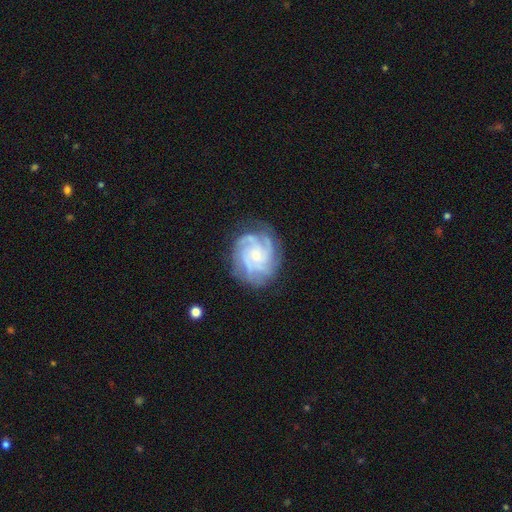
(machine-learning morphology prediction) type=featured or disk (86%); edge-on=no (98%); bar=no (74%); spiral arms=yes (97%); winding=tight (60%); arm count=4 (35%); bulge=small (65%); merging=none (76%).